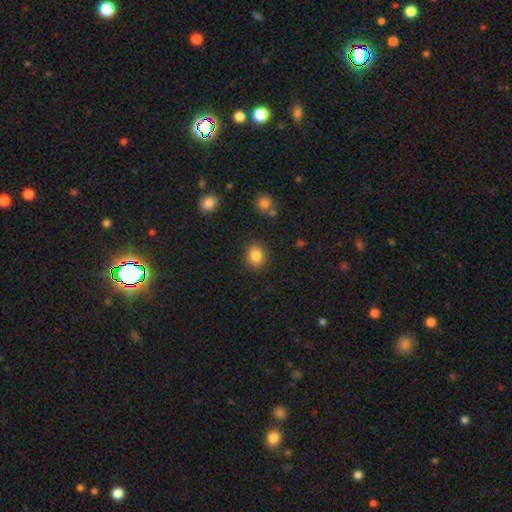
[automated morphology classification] This is clearly a smooth galaxy (85%). How rounded: likely round (67%). Merging: clearly none (86%).